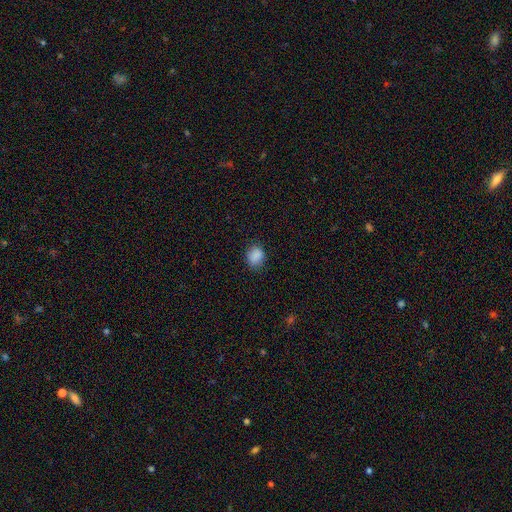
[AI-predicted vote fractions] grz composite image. It shows a smooth galaxy with no disk features (87%) that is round (52%). Merging: none (81%).